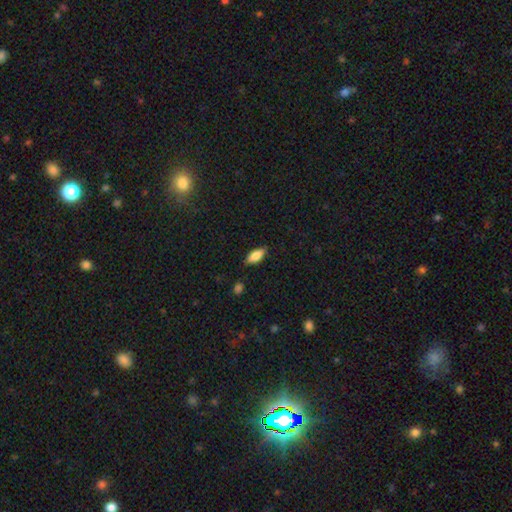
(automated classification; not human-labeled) smooth_or_featured: smooth (p=0.79) [alt: featured or disk p=0.14]
how_rounded: in between (p=0.80) [alt: cigar-shaped p=0.17]
merging: none (p=0.83) [alt: minor disturbance p=0.13]